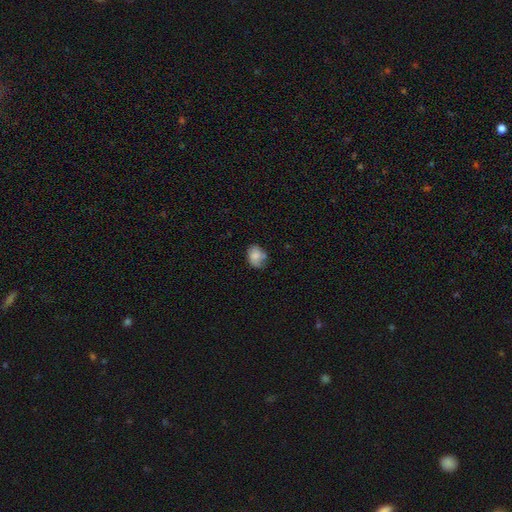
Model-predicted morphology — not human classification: smooth 76%, featured or disk 16%, star or artifact 9%. Down the decision tree: how rounded — in between (60%); merging — none (57%).